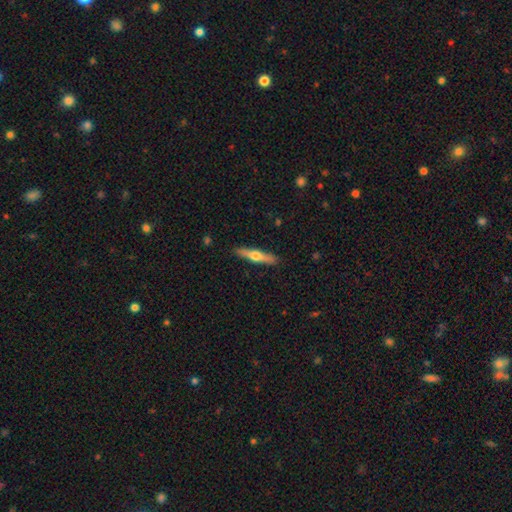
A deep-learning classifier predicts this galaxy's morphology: Smooth or featured: featured or disk — 54% (smooth — 40%)
Edge-on disk: yes — 96% (no — 4%)
Edge-on bulge: rounded — 92% (none — 4%)
Merging: none — 90% (minor disturbance — 7%)